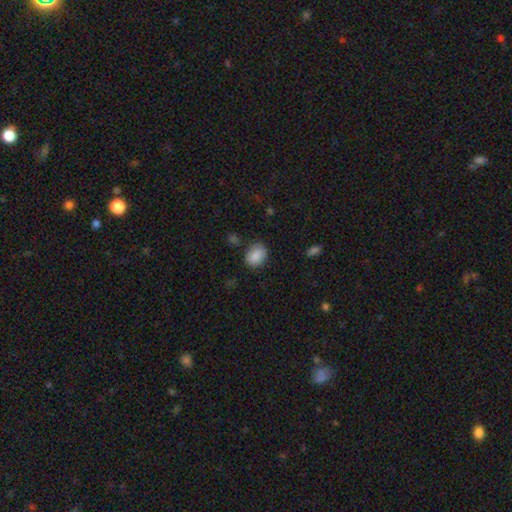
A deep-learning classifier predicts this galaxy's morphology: smooth-or-featured: smooth: 87% | star or artifact: 8% | featured or disk: 5%
  how-rounded: in between: 51% | round: 48% | cigar-shaped: 1%
  merging: none: 79% | minor disturbance: 15% | major disturbance: 4% | merger: 2%